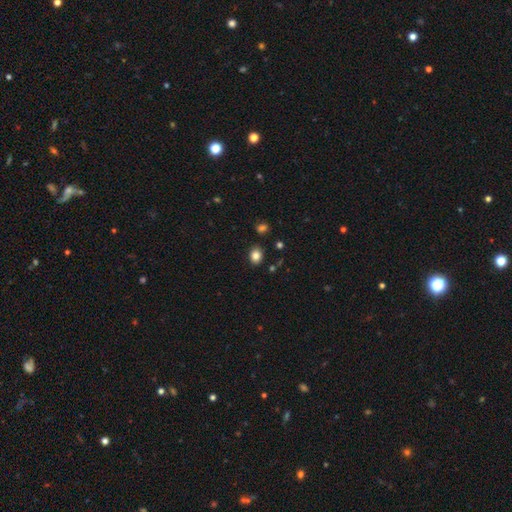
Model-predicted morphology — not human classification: smooth-or-featured: smooth: 84% | star or artifact: 10% | featured or disk: 5%
  how-rounded: in between: 56% | round: 43% | cigar-shaped: 1%
  merging: none: 86% | minor disturbance: 9% | merger: 2% | major disturbance: 2%